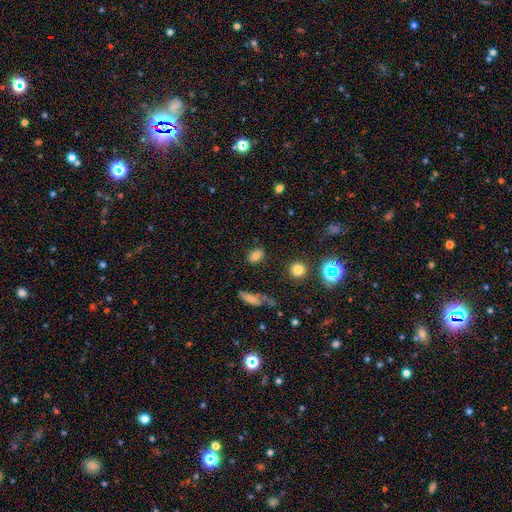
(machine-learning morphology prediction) This is likely a smooth galaxy (78%). How rounded: likely in between (75%). Merging: clearly none (81%).